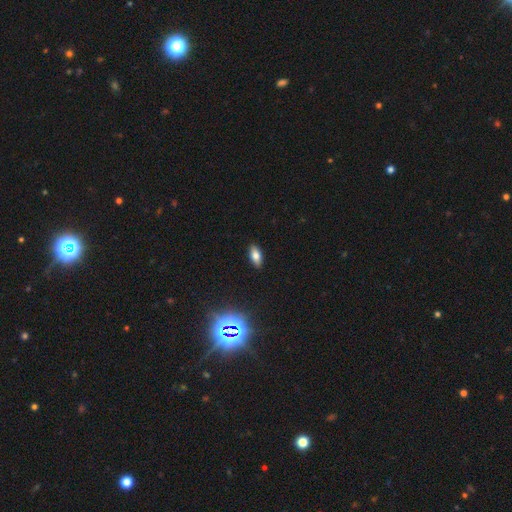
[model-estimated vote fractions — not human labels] Q: Smooth or featured?
A: smooth (75%); runner-up: featured or disk (13%)
Q: How rounded?
A: in between (86%); runner-up: cigar-shaped (11%)
Q: Merging?
A: none (90%); runner-up: minor disturbance (8%)